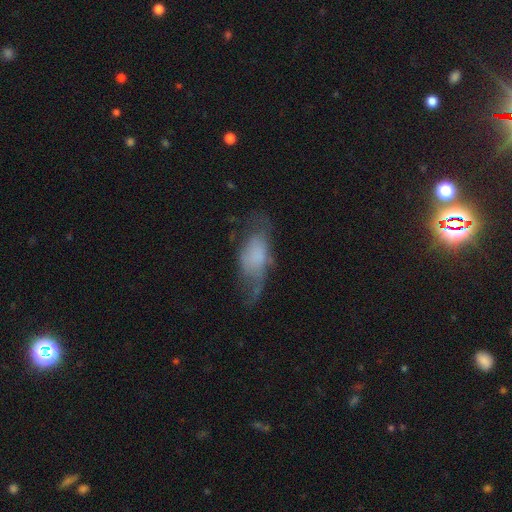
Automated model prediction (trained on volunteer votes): A smooth galaxy with no disk features (50%) that is in between round and cigar-shaped (86%).

Vote fractions:
- Smooth or featured? smooth: 50% / featured or disk: 40% / star or artifact: 9%
- How rounded? in between: 86% / cigar-shaped: 10% / round: 4%
- Merging? none: 35% / major disturbance: 34% / minor disturbance: 27% / merger: 3%